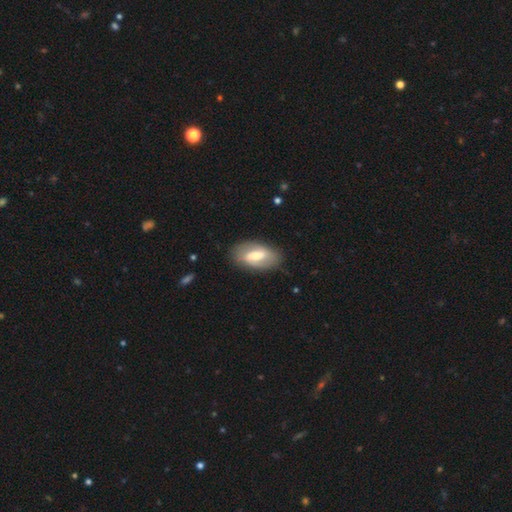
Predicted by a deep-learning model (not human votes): featured or disk 50%, smooth 44%, star or artifact 6%. Down the decision tree: merging — none (82%).